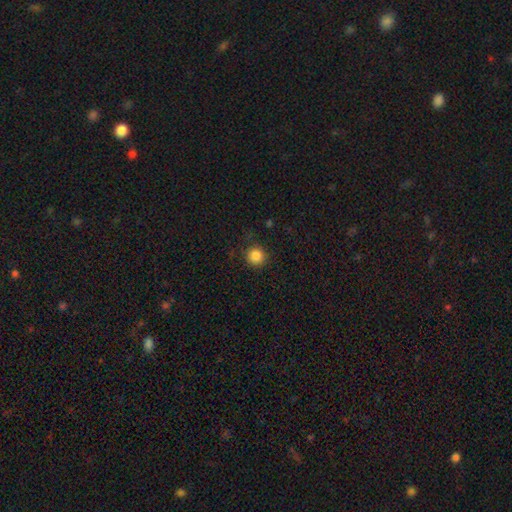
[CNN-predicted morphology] smooth-or-featured: smooth: 85% | star or artifact: 11% | featured or disk: 4%
  how-rounded: round: 95% | in between: 4% | cigar-shaped: 1%
  merging: none: 89% | minor disturbance: 8% | major disturbance: 3% | merger: 1%